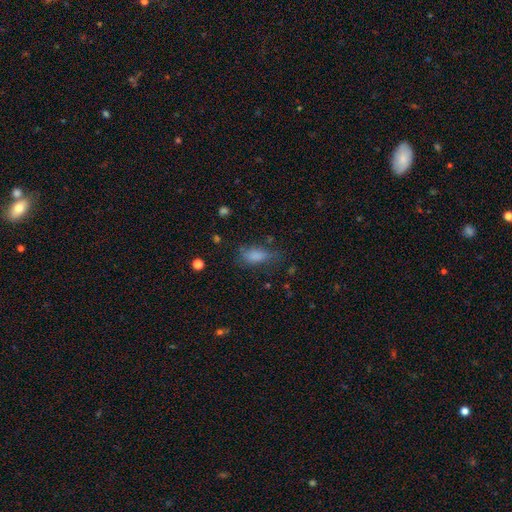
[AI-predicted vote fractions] A smooth galaxy with no disk features (79%) that is in between round and cigar-shaped (82%). Merging: none (57%).